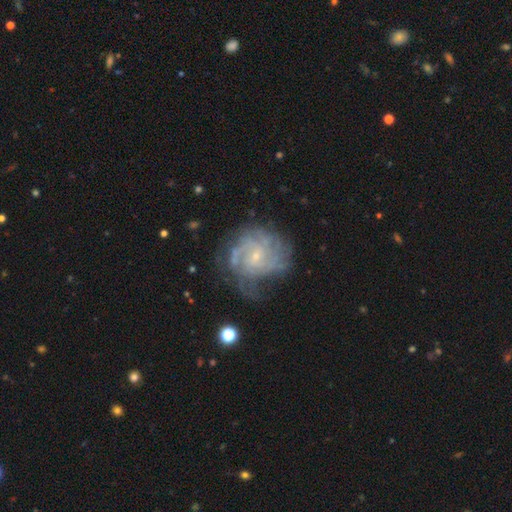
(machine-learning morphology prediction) Smooth or featured: featured or disk — 83% (smooth — 10%)
Edge-on disk: no — 98% (yes — 2%)
Bar: no — 66% (weak — 29%)
Spiral arms: yes — 94% (no — 6%)
Spiral winding: tight — 58% (medium — 33%)
Spiral arm count: can't tell — 34% (4 — 22%)
Bulge size: small — 81% (moderate — 13%)
Merging: none — 59% (minor disturbance — 24%)